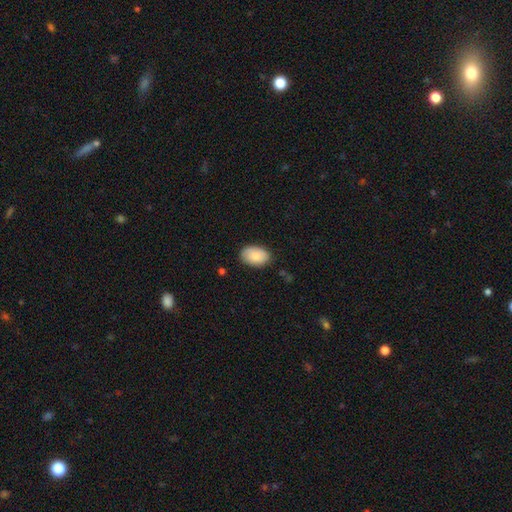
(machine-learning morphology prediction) Q: Smooth or featured?
A: smooth (86%); runner-up: featured or disk (8%)
Q: How rounded?
A: in between (90%); runner-up: round (9%)
Q: Merging?
A: none (83%); runner-up: minor disturbance (14%)